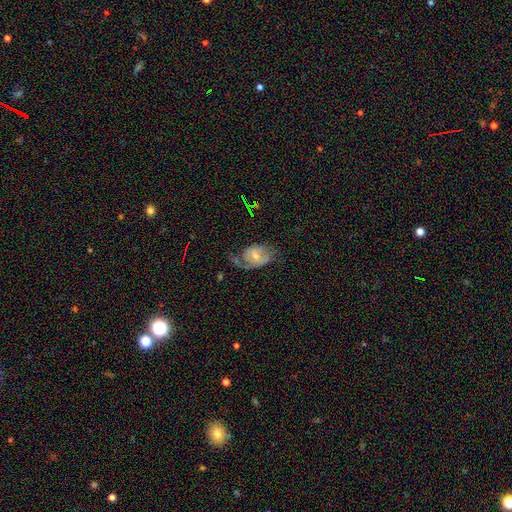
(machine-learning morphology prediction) Smooth or featured? Predicted: featured or disk (p=0.65). Edge-on disk? Predicted: no (p=0.96). Bar? Predicted: no (p=0.45). Spiral arms? Predicted: yes (p=0.83). Spiral winding? Predicted: medium (p=0.39). Spiral arm count? Predicted: 2 (p=0.52). Bulge size? Predicted: moderate (p=0.48). Merging? Predicted: none (p=0.43).